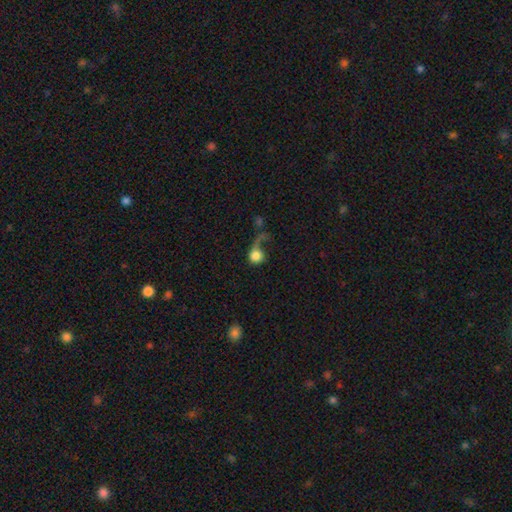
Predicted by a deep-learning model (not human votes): Smooth or featured?
  - smooth: 66% *
  - featured or disk: 25%
  - star or artifact: 9%
How rounded?
  - round: 84% *
  - in between: 15%
  - cigar-shaped: 2%
Merging?
  - major disturbance: 53% *
  - none: 22%
  - minor disturbance: 13%
  - merger: 12%